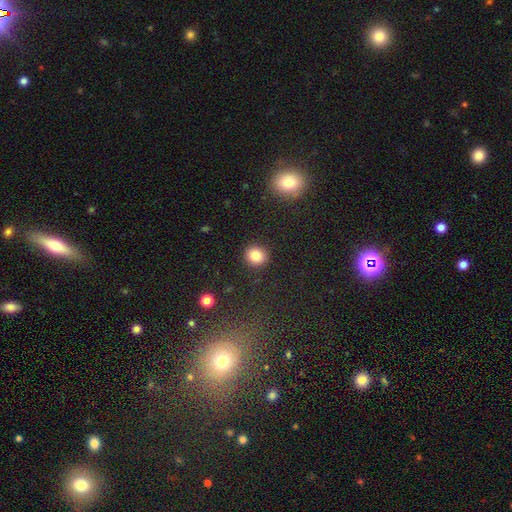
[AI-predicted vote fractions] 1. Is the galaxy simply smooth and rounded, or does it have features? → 84% smooth, 11% star or artifact, 6% featured or disk.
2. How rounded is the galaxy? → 84% round, 15% in between, 1% cigar-shaped.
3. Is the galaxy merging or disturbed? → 90% none, 6% minor disturbance, 2% major disturbance, 1% merger.